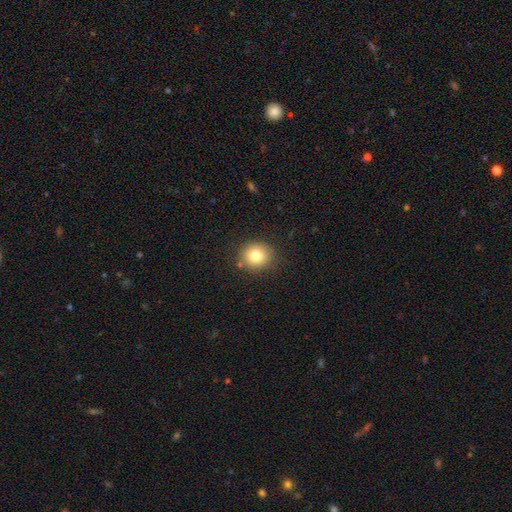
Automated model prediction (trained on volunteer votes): smooth 80%, star or artifact 11%, featured or disk 9%. Down the decision tree: how rounded — round (85%); merging — none (85%).